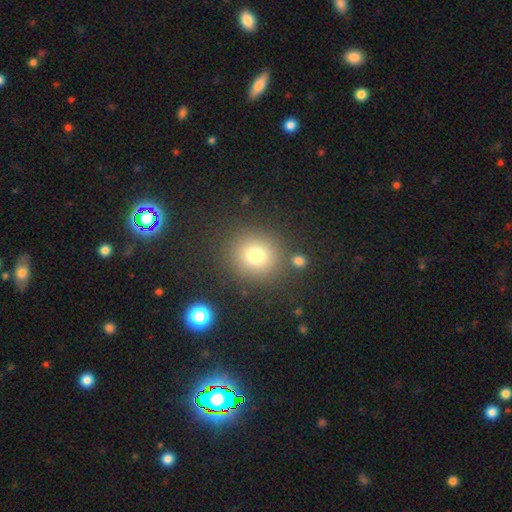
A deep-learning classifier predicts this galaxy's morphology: smooth 76%, star or artifact 15%, featured or disk 9%. Down the decision tree: how rounded — round (87%); merging — none (83%).